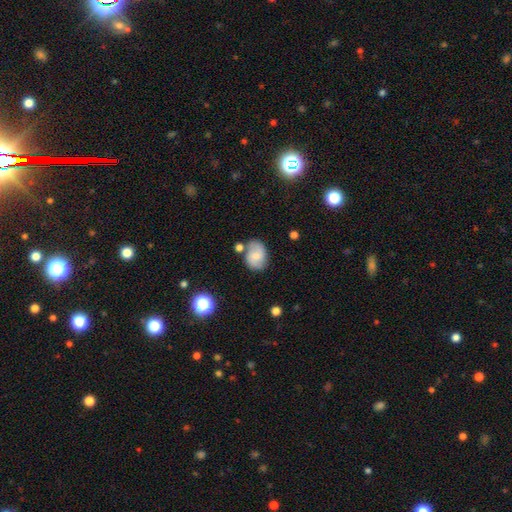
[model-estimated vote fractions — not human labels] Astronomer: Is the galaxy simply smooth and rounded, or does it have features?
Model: smooth — 54% (runner-up: featured or disk, 36%).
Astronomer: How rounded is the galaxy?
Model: in between — 68%.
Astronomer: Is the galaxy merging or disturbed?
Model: none — 63%.